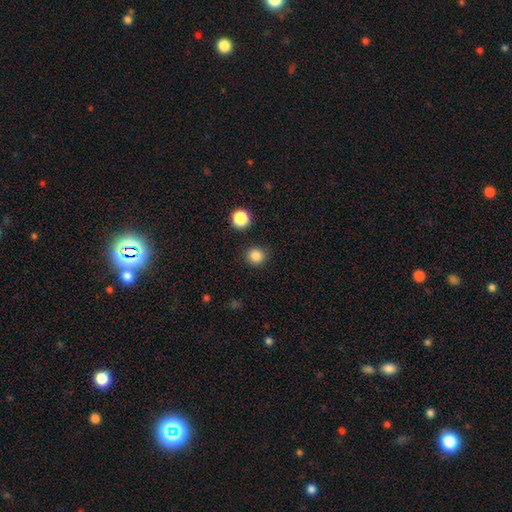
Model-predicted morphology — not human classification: smooth-or-featured: smooth: 85% | star or artifact: 12% | featured or disk: 4%
  how-rounded: round: 90% | in between: 10% | cigar-shaped: 1%
  merging: none: 89% | minor disturbance: 7% | major disturbance: 2% | merger: 2%